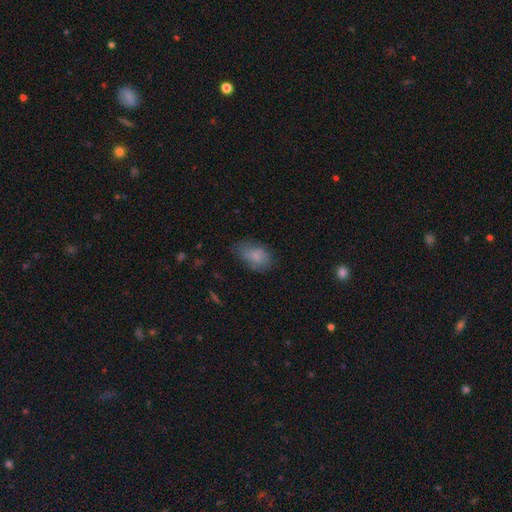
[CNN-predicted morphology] Smooth or featured?
  - smooth: 73% *
  - featured or disk: 18%
  - star or artifact: 9%
How rounded?
  - in between: 89% *
  - round: 9%
  - cigar-shaped: 2%
Merging?
  - none: 55% *
  - minor disturbance: 30%
  - major disturbance: 12%
  - merger: 3%